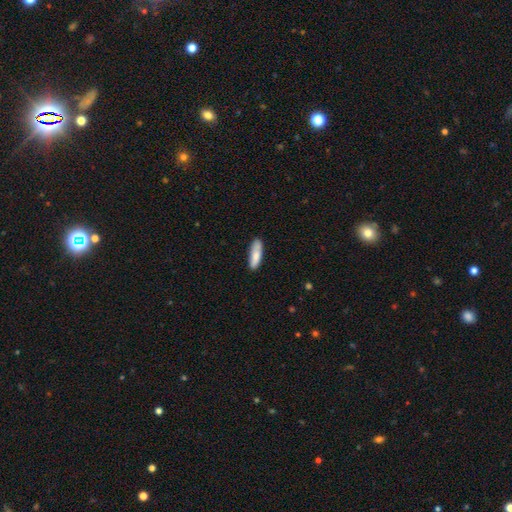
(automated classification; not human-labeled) A smooth galaxy with no disk features (82%) that is cigar-shaped (54%).

Vote fractions:
- Smooth or featured? smooth: 82% / featured or disk: 12% / star or artifact: 6%
- How rounded? cigar-shaped: 54% / in between: 44% / round: 2%
- Merging? none: 80% / minor disturbance: 16% / major disturbance: 3% / merger: 2%